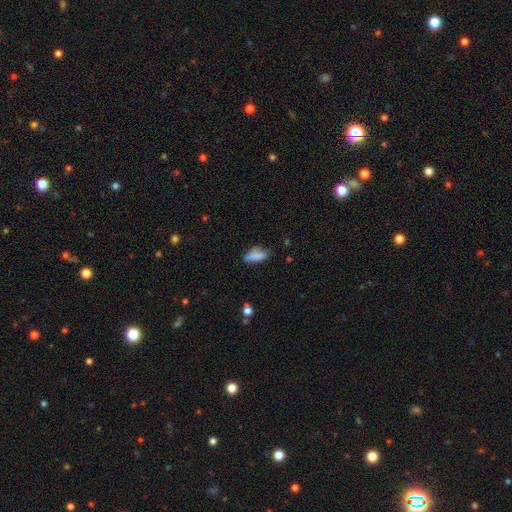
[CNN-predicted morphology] This appears to be a smooth galaxy with no disk features (82%) that is in between round and cigar-shaped (79%). Merging: none (65%).